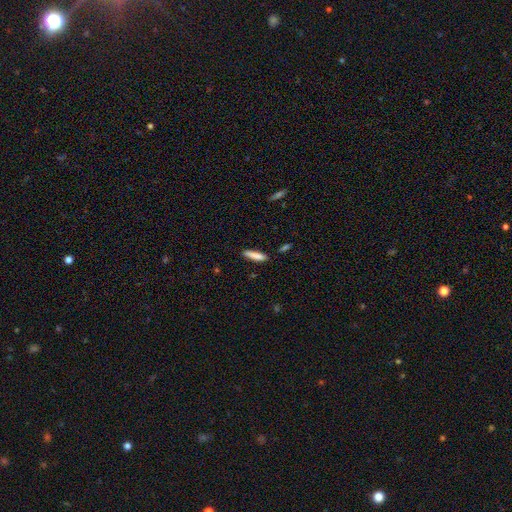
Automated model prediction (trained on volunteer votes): smooth-or-featured: smooth: 84% | featured or disk: 9% | star or artifact: 6%
  how-rounded: cigar-shaped: 81% | in between: 18% | round: 1%
  merging: none: 85% | minor disturbance: 11% | merger: 2% | major disturbance: 2%